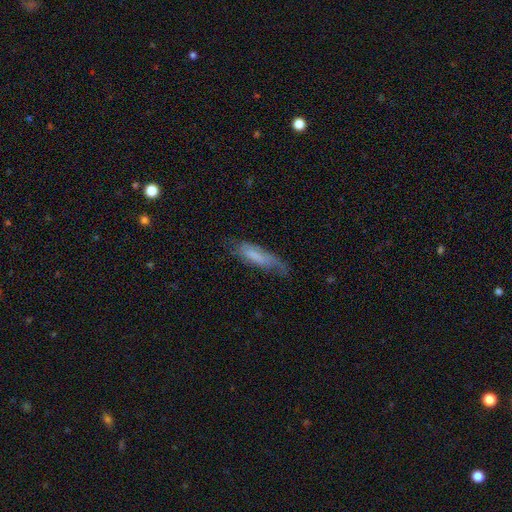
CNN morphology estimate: Smooth or featured? Predicted: smooth (p=0.56). How rounded? Predicted: cigar-shaped (p=0.62). Merging? Predicted: none (p=0.52).